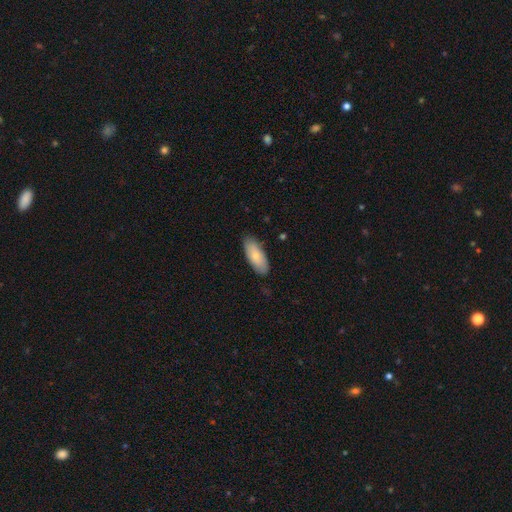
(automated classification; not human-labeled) Morphology: type=smooth (77%); roundness=in between (81%); merging=none (84%).